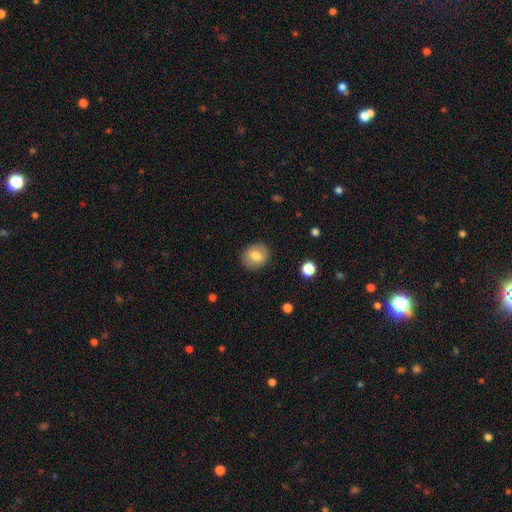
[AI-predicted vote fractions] Morphology: type=smooth (75%); roundness=round (69%); merging=none (87%).